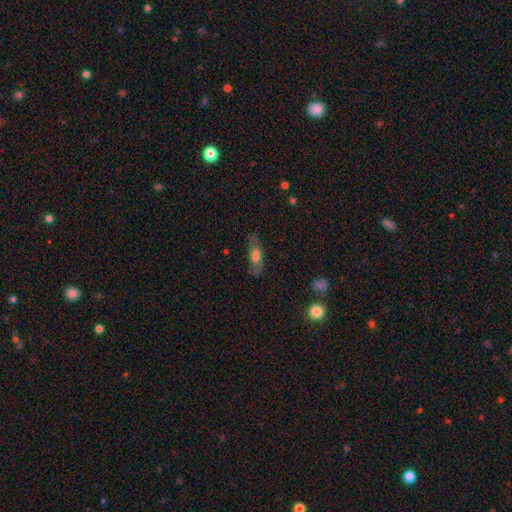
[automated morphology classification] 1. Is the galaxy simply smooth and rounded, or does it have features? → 53% smooth, 39% featured or disk, 8% star or artifact.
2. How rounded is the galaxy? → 66% in between, 30% cigar-shaped, 4% round.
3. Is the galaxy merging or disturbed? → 77% none, 16% minor disturbance, 5% major disturbance, 2% merger.